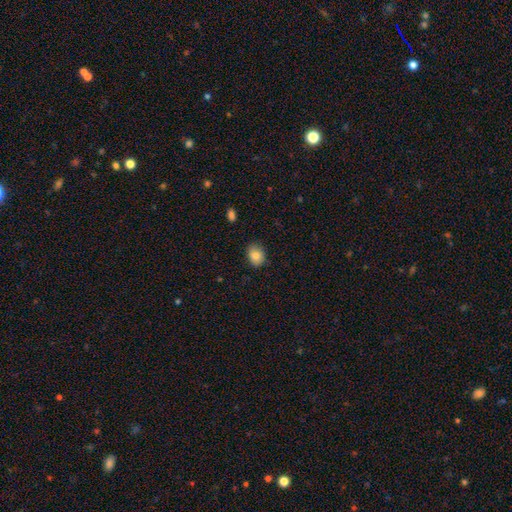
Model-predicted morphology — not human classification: smooth_or_featured: smooth (p=0.84) [alt: star or artifact p=0.08]
how_rounded: in between (p=0.58) [alt: round p=0.41]
merging: none (p=0.84) [alt: minor disturbance p=0.13]